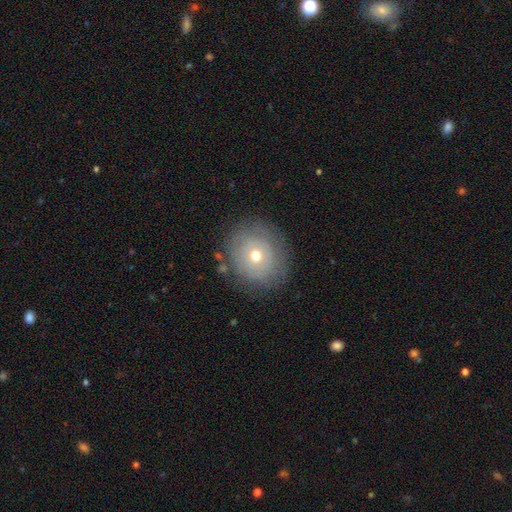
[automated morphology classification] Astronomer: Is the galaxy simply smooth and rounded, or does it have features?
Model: smooth — 58%.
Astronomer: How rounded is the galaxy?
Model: round — 81%.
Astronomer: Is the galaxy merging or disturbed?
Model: none — 80%.